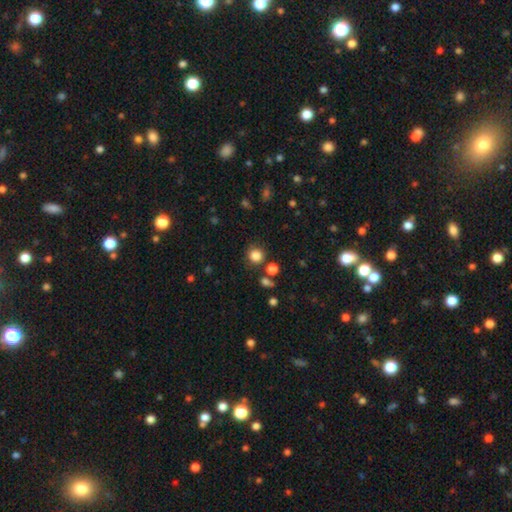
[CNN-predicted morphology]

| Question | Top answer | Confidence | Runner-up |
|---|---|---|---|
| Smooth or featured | smooth | 83% | star or artifact (12%) |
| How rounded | round | 90% | in between (9%) |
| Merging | none | 79% | minor disturbance (10%) |